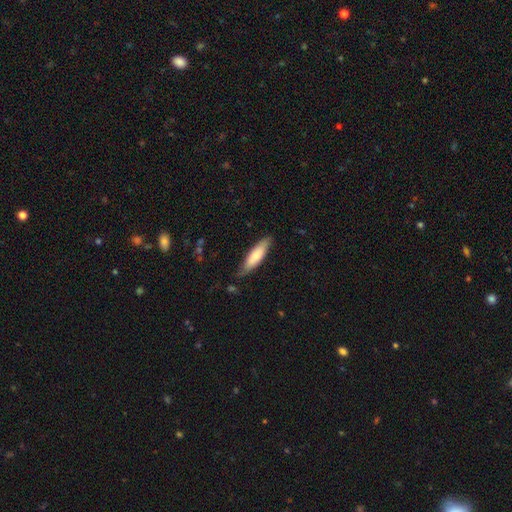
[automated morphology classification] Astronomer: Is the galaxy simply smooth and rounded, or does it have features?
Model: smooth — 76%.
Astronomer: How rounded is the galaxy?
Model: cigar-shaped — 65%.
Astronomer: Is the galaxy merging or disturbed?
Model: none — 76%.